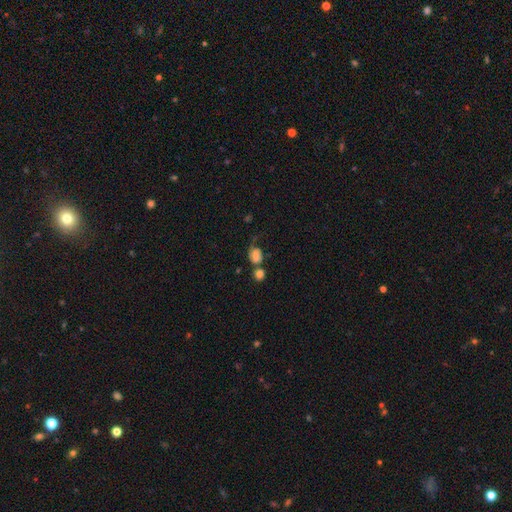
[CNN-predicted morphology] This is possibly a smooth galaxy (59%). How rounded: possibly in between (59%). Merging: marginally merger (36%).